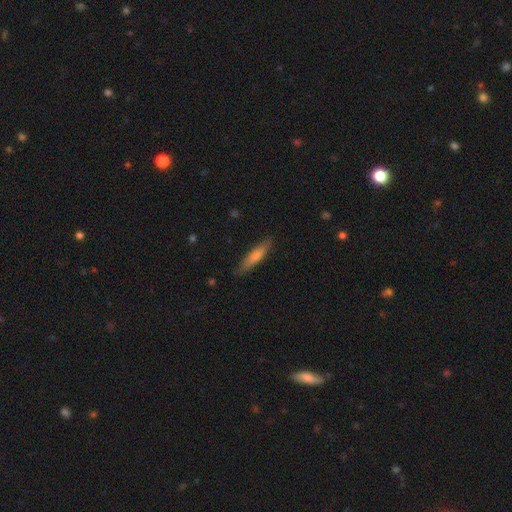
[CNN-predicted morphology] Smooth or featured? smooth (63%)
How rounded? cigar-shaped (86%)
Merging? none (86%)